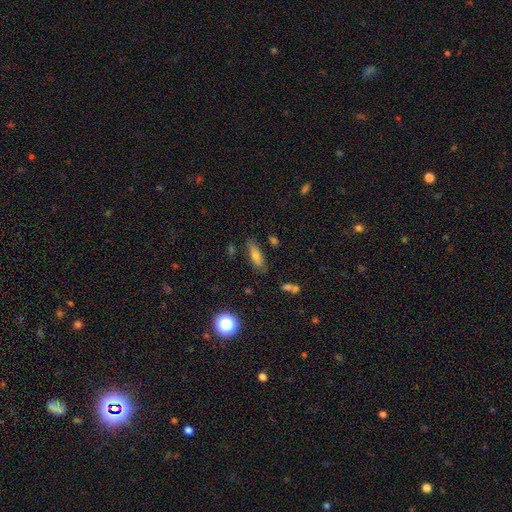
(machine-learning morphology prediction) A smooth galaxy with no disk features (68%) that is in between round and cigar-shaped (64%).

Vote fractions:
- Smooth or featured? smooth: 68% / featured or disk: 21% / star or artifact: 12%
- How rounded? in between: 64% / cigar-shaped: 32% / round: 4%
- Merging? none: 77% / minor disturbance: 16% / major disturbance: 4% / merger: 4%